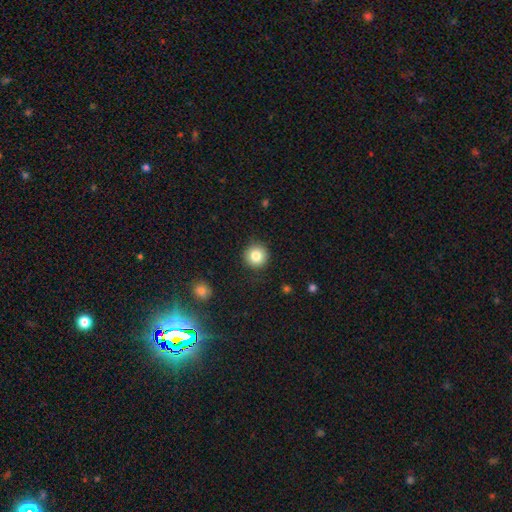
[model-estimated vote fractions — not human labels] smooth_or_featured: smooth (p=0.83) [alt: star or artifact p=0.10]
how_rounded: round (p=0.95) [alt: in between p=0.04]
merging: none (p=0.90) [alt: minor disturbance p=0.07]